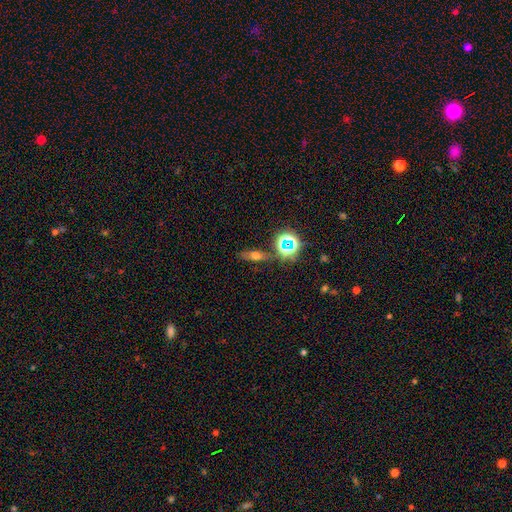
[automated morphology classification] type=smooth (50%); roundness=in between (49%); merging=none (77%).